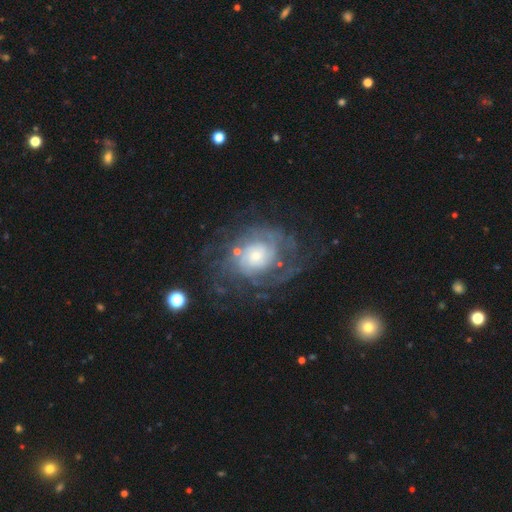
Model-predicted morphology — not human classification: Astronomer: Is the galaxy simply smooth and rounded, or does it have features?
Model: featured or disk — 83%.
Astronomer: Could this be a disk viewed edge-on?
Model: no — 97%.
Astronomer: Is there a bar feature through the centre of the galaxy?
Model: no — 77%.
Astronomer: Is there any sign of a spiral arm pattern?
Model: yes — 92%.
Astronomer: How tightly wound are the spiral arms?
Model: tight — 62%.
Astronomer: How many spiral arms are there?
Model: can't tell — 45%.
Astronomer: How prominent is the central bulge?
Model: small — 42% (runner-up: moderate, 38%).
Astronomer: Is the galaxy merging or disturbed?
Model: none — 65%.